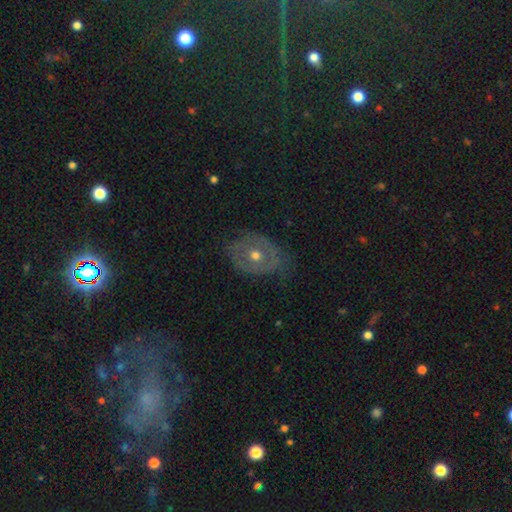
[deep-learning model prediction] Smooth or featured?
  - featured or disk: 63% *
  - smooth: 29%
  - star or artifact: 8%
Edge-on disk?
  - no: 94% *
  - yes: 6%
Bar?
  - no: 86% *
  - weak: 10%
  - strong: 3%
Spiral arms?
  - no: 65% *
  - yes: 35%
Bulge size?
  - moderate: 76% *
  - small: 19%
  - large: 3%
  - none: 1%
  - dominant: 1%
Merging?
  - none: 65% *
  - minor disturbance: 24%
  - major disturbance: 9%
  - merger: 1%